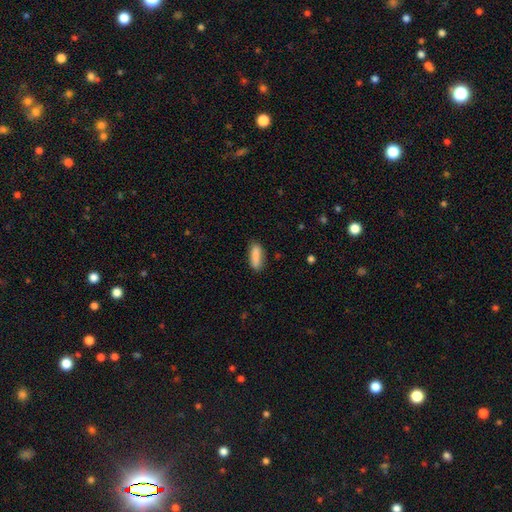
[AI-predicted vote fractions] This is clearly a smooth galaxy (87%). How rounded: possibly in between (52%). Merging: clearly none (82%).